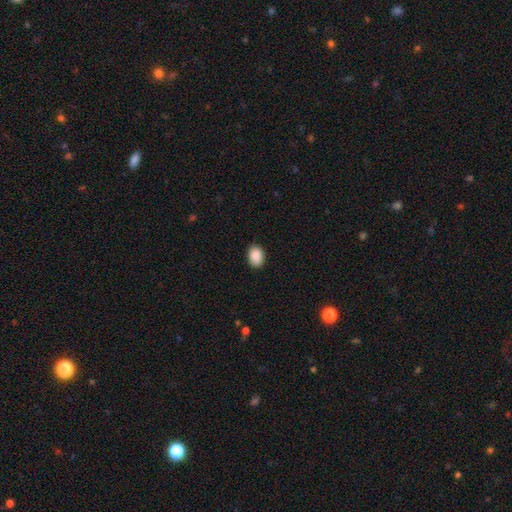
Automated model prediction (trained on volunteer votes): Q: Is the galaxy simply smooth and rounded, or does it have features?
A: smooth — 90%.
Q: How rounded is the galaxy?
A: in between — 81%.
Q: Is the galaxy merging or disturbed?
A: none — 87%.